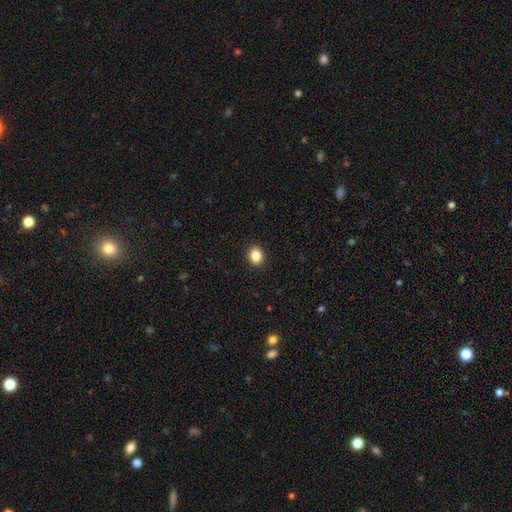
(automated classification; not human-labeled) Q: Smooth or featured?
A: smooth (86%); runner-up: star or artifact (10%)
Q: How rounded?
A: round (59%); runner-up: in between (40%)
Q: Merging?
A: none (92%); runner-up: minor disturbance (6%)